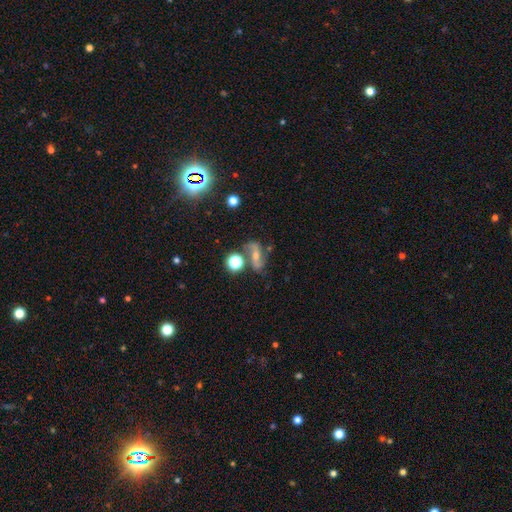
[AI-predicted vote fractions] Q: Smooth or featured?
A: featured or disk (64%); runner-up: smooth (21%)
Q: Edge-on disk?
A: no (93%); runner-up: yes (7%)
Q: Bar?
A: weak (35%); runner-up: no (33%)
Q: Spiral arms?
A: yes (89%); runner-up: no (11%)
Q: Spiral winding?
A: loose (58%); runner-up: medium (31%)
Q: Spiral arm count?
A: 2 (89%); runner-up: can't tell (4%)
Q: Bulge size?
A: moderate (47%); runner-up: small (42%)
Q: Merging?
A: none (62%); runner-up: minor disturbance (17%)